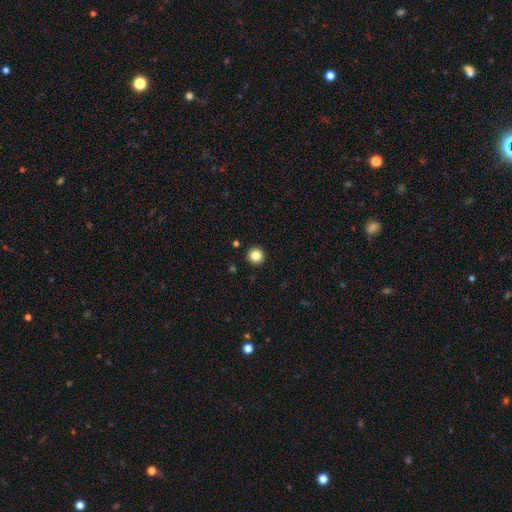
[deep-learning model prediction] Smooth or featured? Predicted: smooth (p=0.84). How rounded? Predicted: round (p=0.96). Merging? Predicted: none (p=0.93).